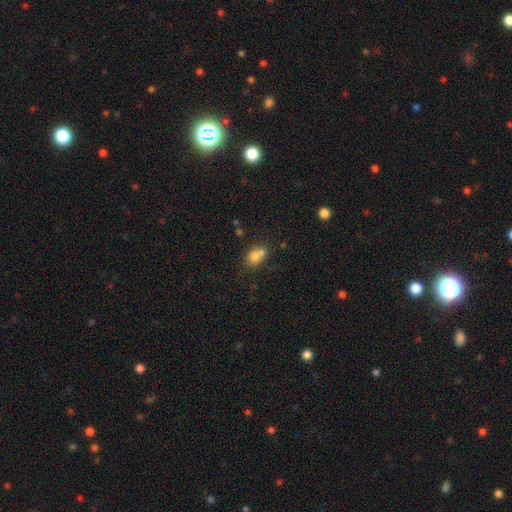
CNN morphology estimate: The model was most divided on "merging": merger: 42%, none: 41%, minor disturbance: 12%, major disturbance: 5%. Remaining: smooth or featured — smooth (76%); how rounded — in between (50%).